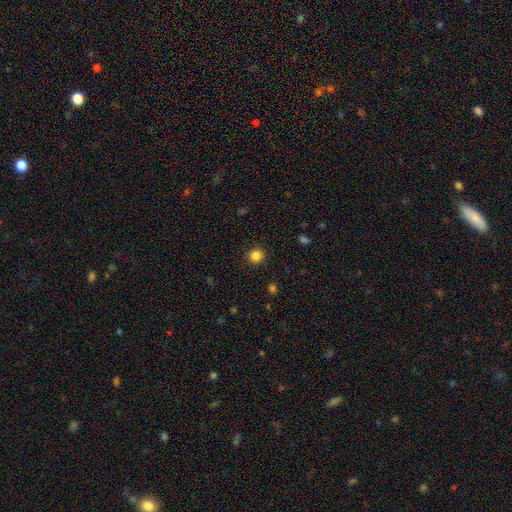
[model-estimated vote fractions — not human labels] Morphology: type=smooth (84%); roundness=round (93%); merging=none (92%).